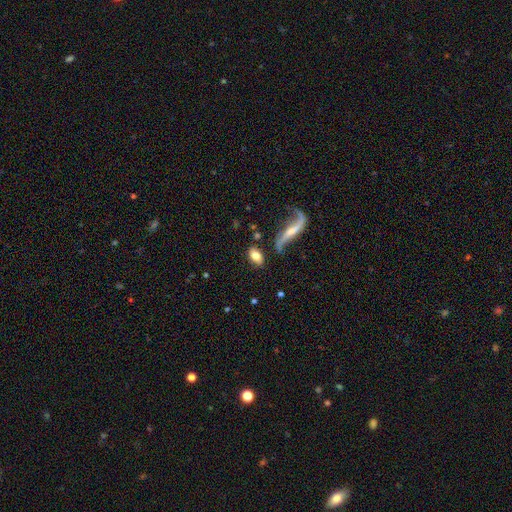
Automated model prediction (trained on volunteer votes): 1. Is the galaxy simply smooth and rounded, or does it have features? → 70% smooth, 23% featured or disk, 7% star or artifact.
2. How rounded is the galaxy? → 88% in between, 7% round, 5% cigar-shaped.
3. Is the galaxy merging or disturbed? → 67% none, 15% minor disturbance, 10% merger, 7% major disturbance.